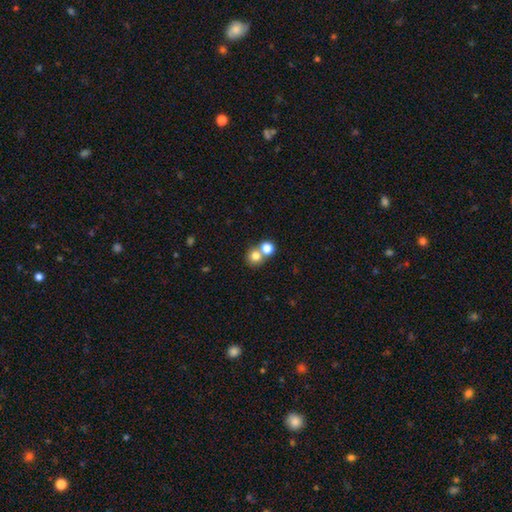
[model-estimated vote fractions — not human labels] smooth_or_featured: smooth (p=0.77) [alt: star or artifact p=0.13]
how_rounded: round (p=0.85) [alt: in between p=0.14]
merging: none (p=0.49) [alt: merger p=0.43]